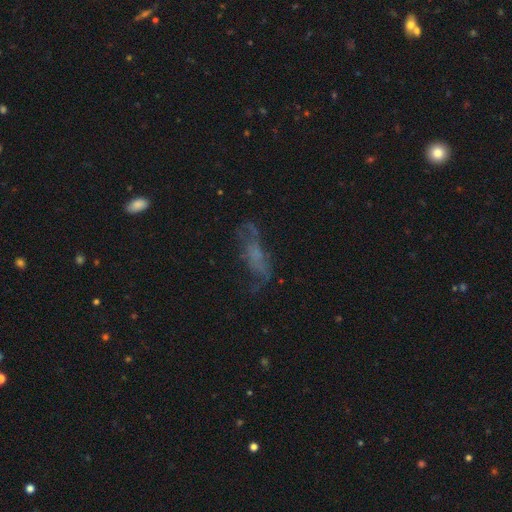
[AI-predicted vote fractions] Smooth or featured? Predicted: featured or disk (p=0.48). Merging? Predicted: none (p=0.48).